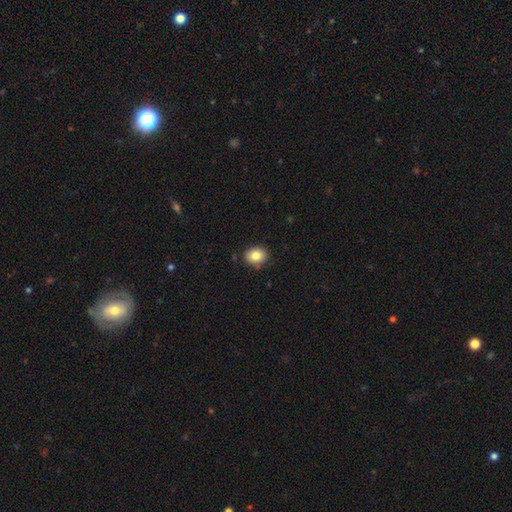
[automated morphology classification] type=smooth (83%); roundness=round (52%); merging=none (86%).